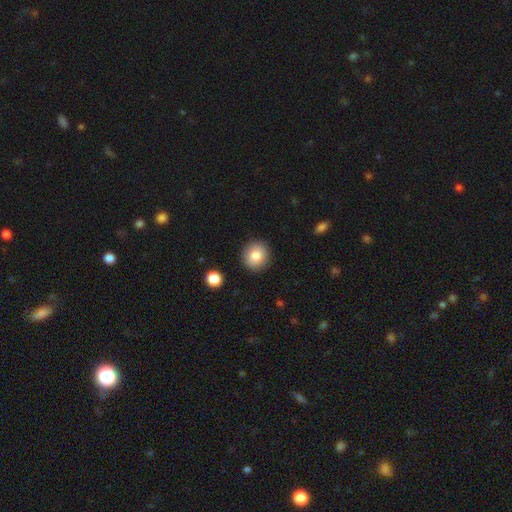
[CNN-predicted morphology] Smooth or featured?
  - smooth: 84% *
  - star or artifact: 9%
  - featured or disk: 8%
How rounded?
  - round: 89% *
  - in between: 10%
  - cigar-shaped: 1%
Merging?
  - none: 91% *
  - minor disturbance: 6%
  - major disturbance: 2%
  - merger: 1%